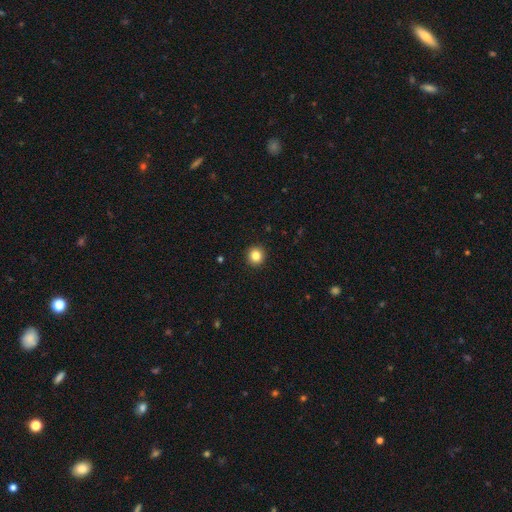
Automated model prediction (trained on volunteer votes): The model was most divided on "smooth or featured": smooth: 84%, star or artifact: 11%, featured or disk: 5%. More confident: how rounded — round (94%); merging — none (93%).